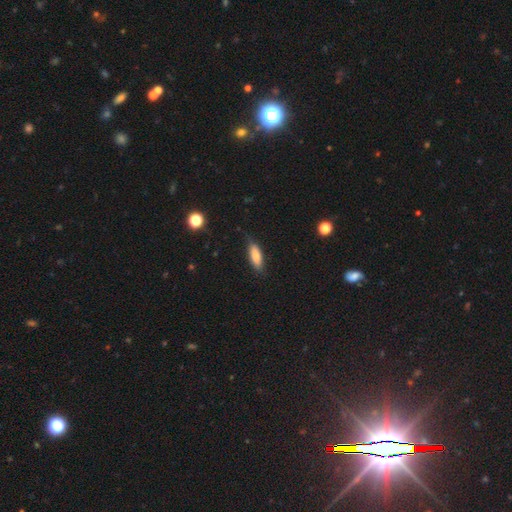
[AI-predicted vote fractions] Morphology: type=smooth (80%); roundness=in between (63%); merging=none (78%).